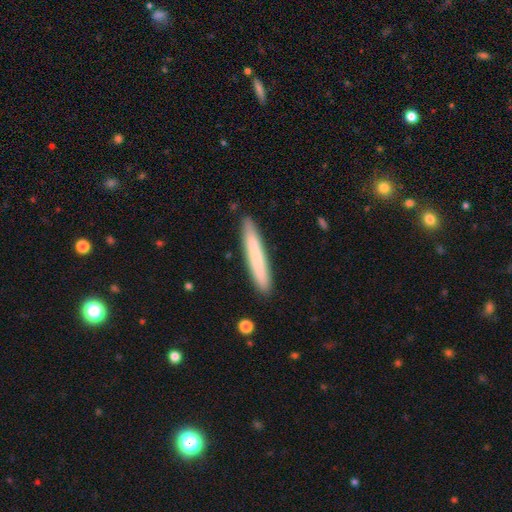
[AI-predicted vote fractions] A smooth galaxy with no disk features (74%) that is cigar-shaped (95%). Merging: none (89%).